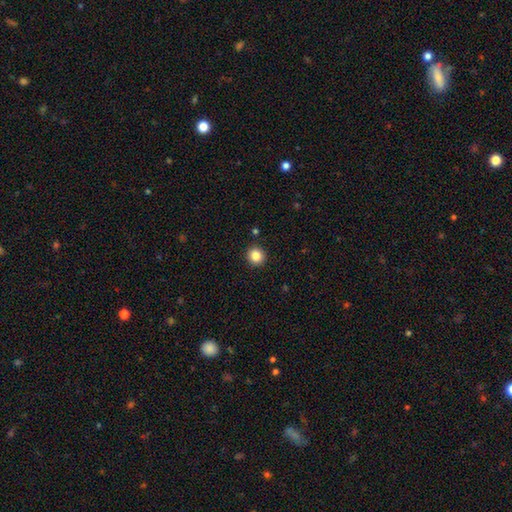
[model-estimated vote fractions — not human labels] This is clearly a smooth galaxy (84%). How rounded: clearly round (93%). Merging: clearly none (92%).